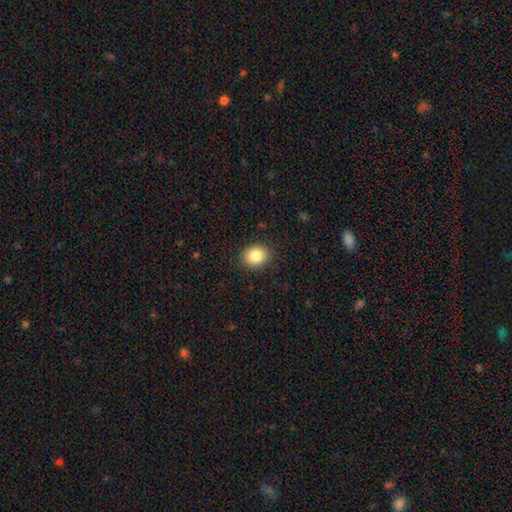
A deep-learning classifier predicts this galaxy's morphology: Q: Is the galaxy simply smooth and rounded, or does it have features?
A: smooth — 85%.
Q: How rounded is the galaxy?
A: round — 57%.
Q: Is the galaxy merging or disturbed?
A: none — 89%.